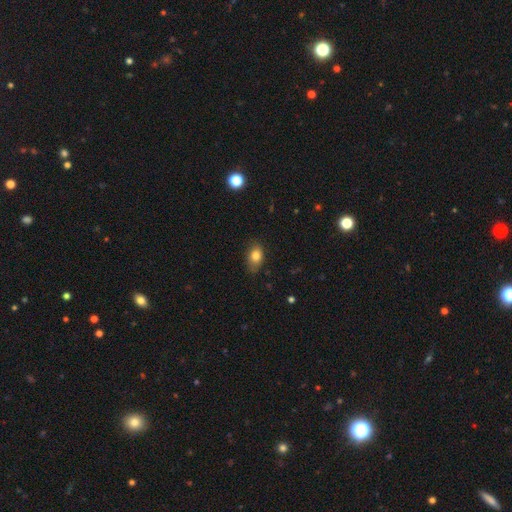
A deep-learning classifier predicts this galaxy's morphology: smooth 82%, star or artifact 9%, featured or disk 9%. Down the decision tree: how rounded — in between (79%); merging — none (75%).